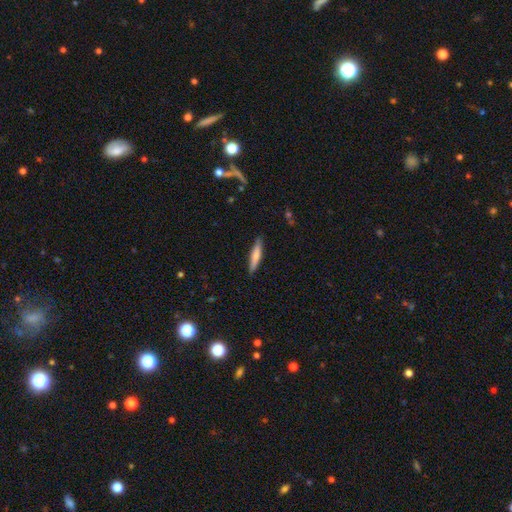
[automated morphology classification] smooth 70%, featured or disk 25%, star or artifact 6%. Down the decision tree: how rounded — cigar-shaped (88%); merging — none (88%).